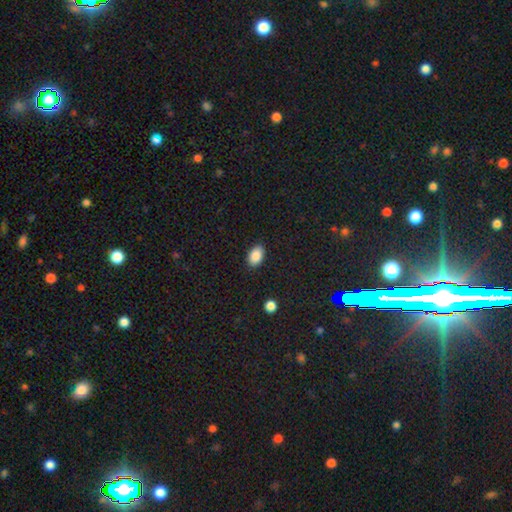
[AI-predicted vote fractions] This appears to be a smooth galaxy with no disk features (88%) that is in between round and cigar-shaped (90%). Merging: none (88%).